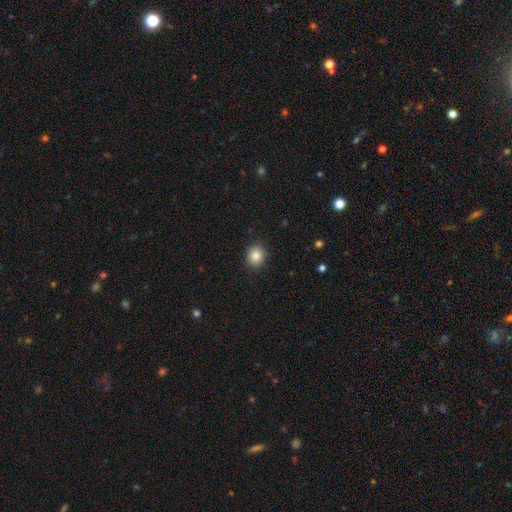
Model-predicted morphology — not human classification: type=smooth (85%); roundness=round (79%); merging=none (91%).